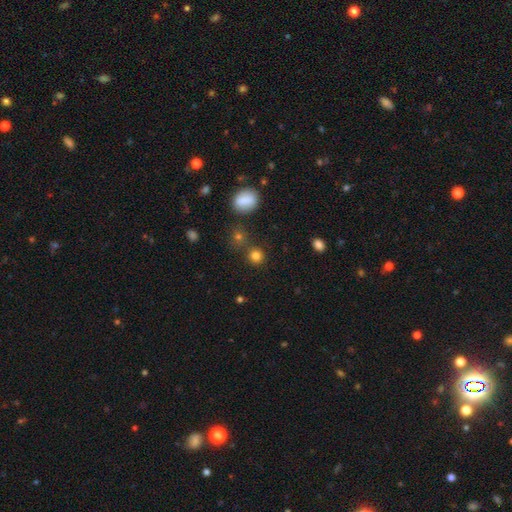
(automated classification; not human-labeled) Smooth or featured? smooth (80%)
How rounded? round (89%)
Merging? none (79%)